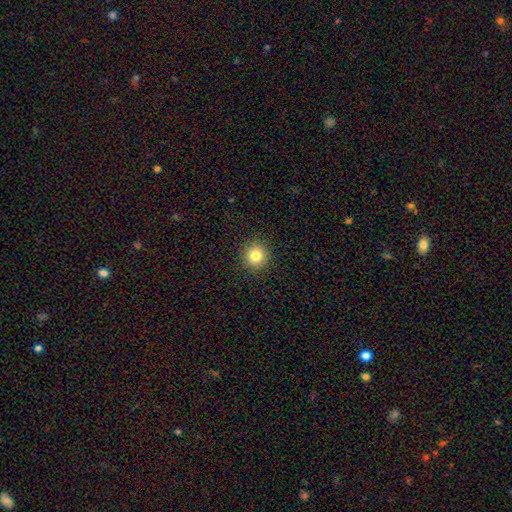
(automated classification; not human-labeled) Smooth or featured? smooth (81%)
How rounded? round (90%)
Merging? none (91%)